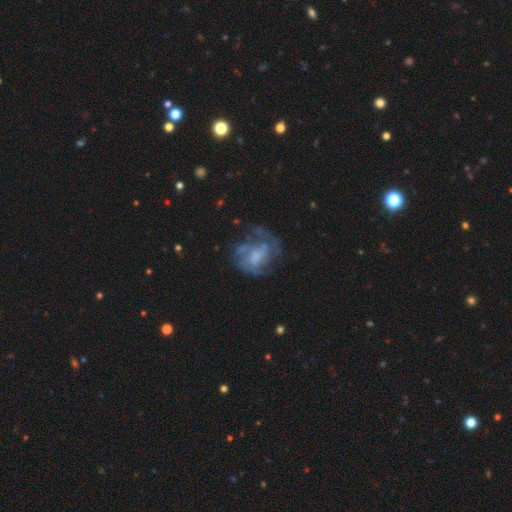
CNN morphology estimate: smooth_or_featured: featured or disk (p=0.64) [alt: smooth p=0.27]
disk_edge_on: no (p=0.97) [alt: yes p=0.03]
bar: no (p=0.66) [alt: weak p=0.28]
has_spiral_arms: yes (p=0.59) [alt: no p=0.41]
bulge_size: none (p=0.32) [alt: moderate p=0.29]
merging: none (p=0.45) [alt: major disturbance p=0.29]